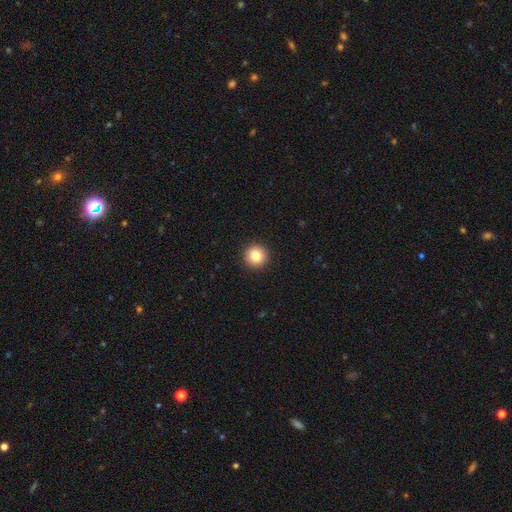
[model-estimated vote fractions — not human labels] smooth 83%, star or artifact 10%, featured or disk 7%. Down the decision tree: how rounded — round (95%); merging — none (93%).